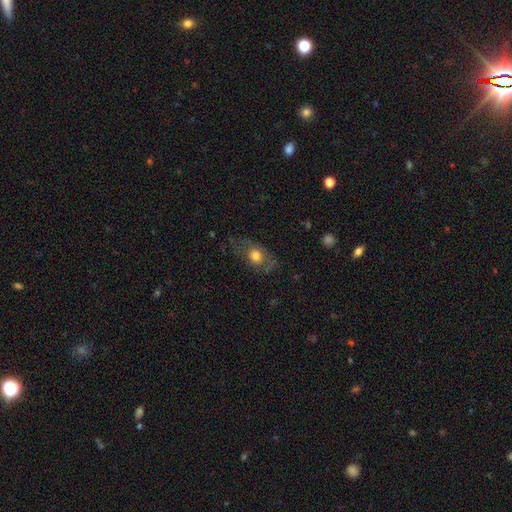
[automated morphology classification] A smooth galaxy with no disk features (62%) that is in between round and cigar-shaped (64%).

Vote fractions:
- Smooth or featured? smooth: 62% / featured or disk: 29% / star or artifact: 9%
- How rounded? in between: 64% / round: 31% / cigar-shaped: 4%
- Merging? none: 58% / minor disturbance: 24% / major disturbance: 16% / merger: 2%